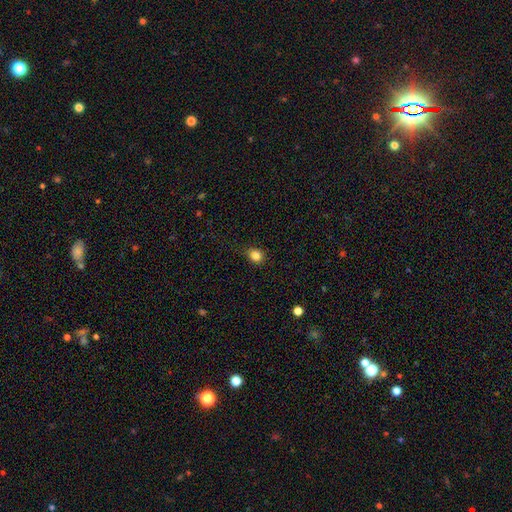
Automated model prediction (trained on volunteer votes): smooth_or_featured: smooth (p=0.83) [alt: star or artifact p=0.12]
how_rounded: round (p=0.72) [alt: in between p=0.27]
merging: none (p=0.83) [alt: minor disturbance p=0.13]